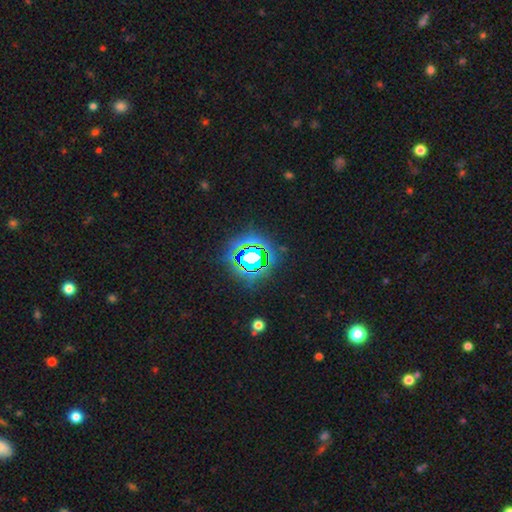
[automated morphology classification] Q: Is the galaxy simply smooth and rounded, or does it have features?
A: star or artifact — 79%.